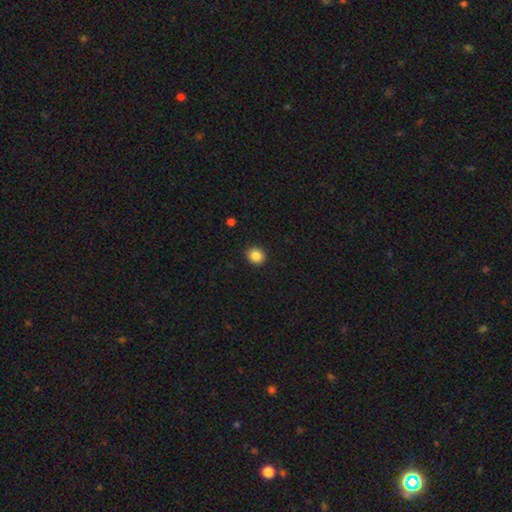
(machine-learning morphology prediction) smooth-or-featured: smooth: 86% | star or artifact: 10% | featured or disk: 4%
  how-rounded: round: 86% | in between: 13% | cigar-shaped: 1%
  merging: none: 92% | minor disturbance: 6% | major disturbance: 2% | merger: 1%